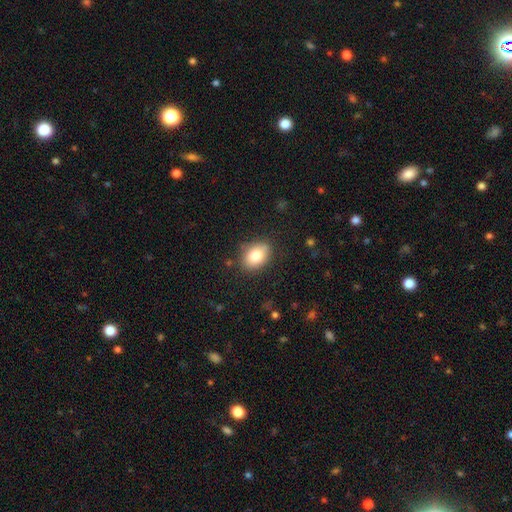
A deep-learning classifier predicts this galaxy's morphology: Q: Smooth or featured?
A: smooth (82%); runner-up: featured or disk (10%)
Q: How rounded?
A: in between (76%); runner-up: round (22%)
Q: Merging?
A: none (82%); runner-up: minor disturbance (13%)